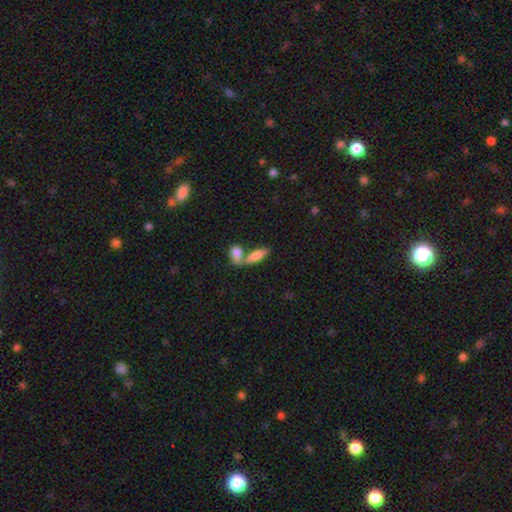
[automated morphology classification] The model was most divided on "merging": merger: 47%, none: 41%, minor disturbance: 9%, major disturbance: 4%. More confident: smooth or featured — smooth (72%); how rounded — in between (58%).